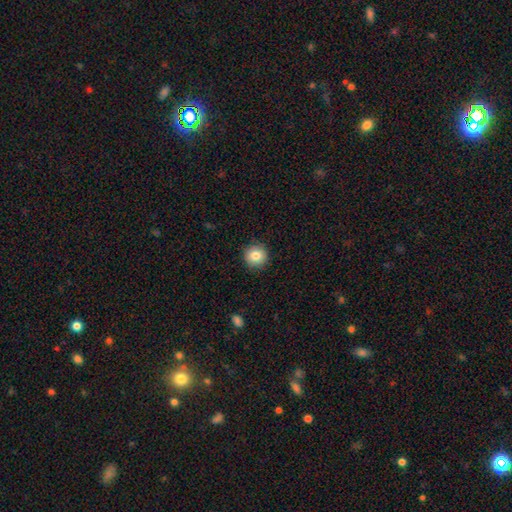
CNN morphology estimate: A smooth galaxy with no disk features (83%) that is round (94%).

Vote fractions:
- Smooth or featured? smooth: 83% / star or artifact: 9% / featured or disk: 7%
- How rounded? round: 94% / in between: 5% / cigar-shaped: 1%
- Merging? none: 91% / minor disturbance: 6% / major disturbance: 2% / merger: 1%